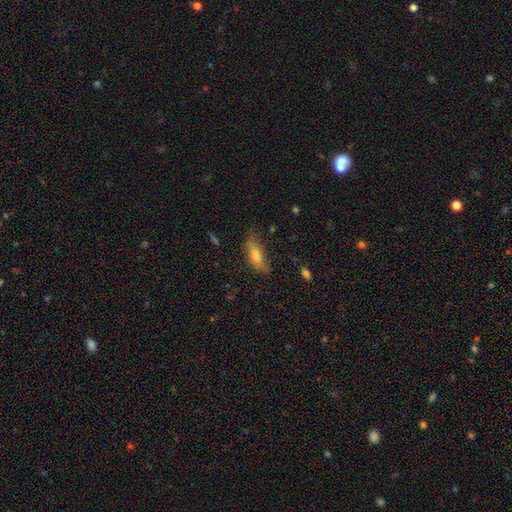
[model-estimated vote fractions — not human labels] Smooth or featured? smooth (65%)
How rounded? in between (58%)
Merging? none (69%)